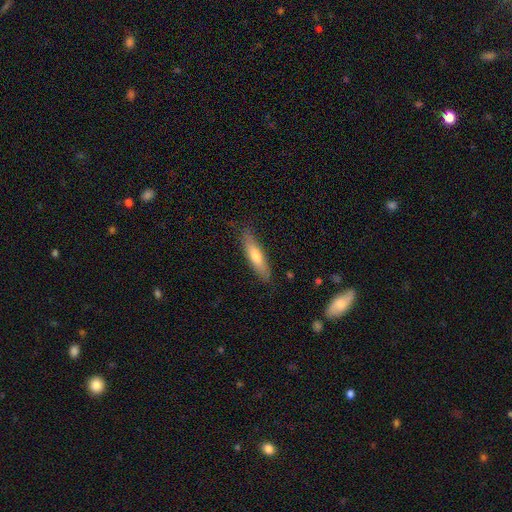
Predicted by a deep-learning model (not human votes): Overall: smooth (66%; featured or disk 28%). How rounded: cigar-shaped (72%). Merging: none (82%).